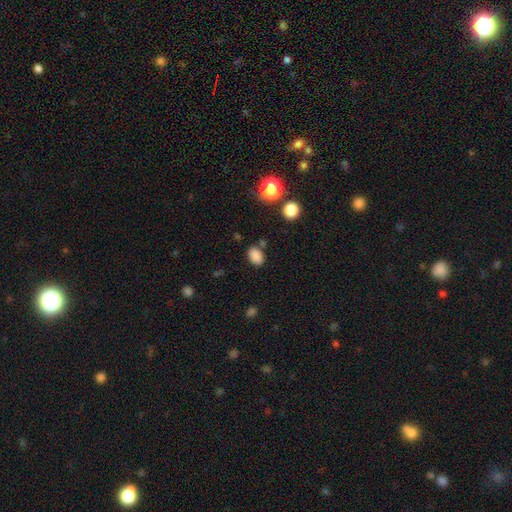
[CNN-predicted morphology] A smooth galaxy with no disk features (85%) that is in between round and cigar-shaped (81%). Merging: none (77%).